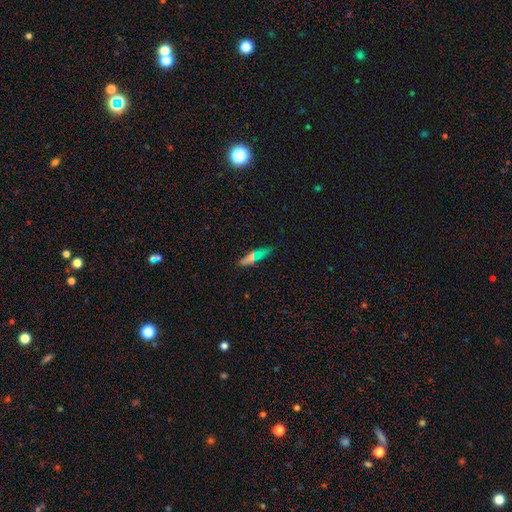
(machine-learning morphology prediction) A smooth galaxy with no disk features (64%) that is cigar-shaped (71%). Merging: none (84%).